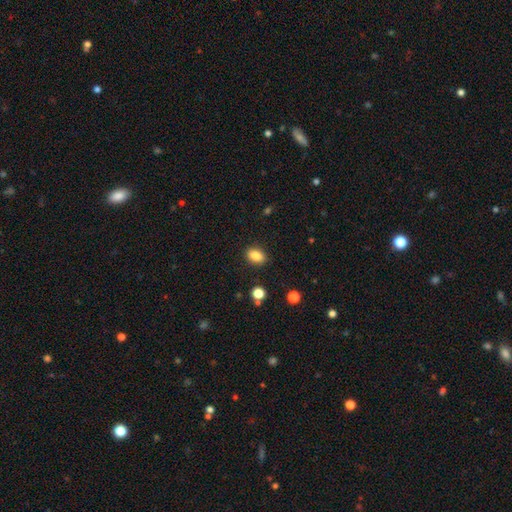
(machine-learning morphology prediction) The model was most divided on "how rounded": in between: 78%, round: 20%, cigar-shaped: 2%. More confident: merging — none (88%); smooth or featured — smooth (84%).